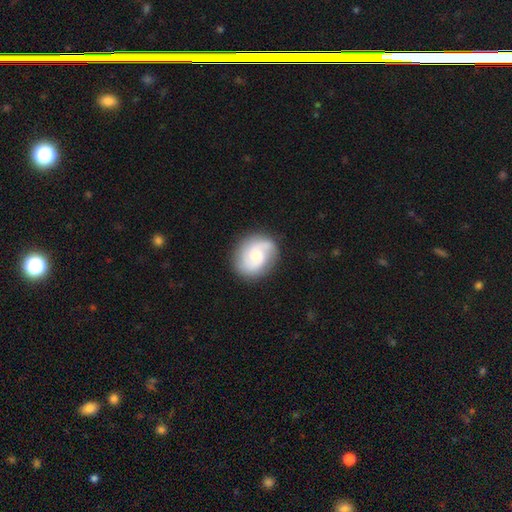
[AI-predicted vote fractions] smooth_or_featured: featured or disk (p=0.71) [alt: smooth p=0.23]
disk_edge_on: no (p=0.98) [alt: yes p=0.02]
bar: no (p=0.61) [alt: weak p=0.34]
has_spiral_arms: yes (p=0.94) [alt: no p=0.06]
spiral_winding: medium (p=0.48) [alt: tight p=0.31]
spiral_arm_count: 2 (p=0.76) [alt: can't tell p=0.09]
bulge_size: moderate (p=0.50) [alt: small p=0.40]
merging: none (p=0.82) [alt: minor disturbance p=0.12]